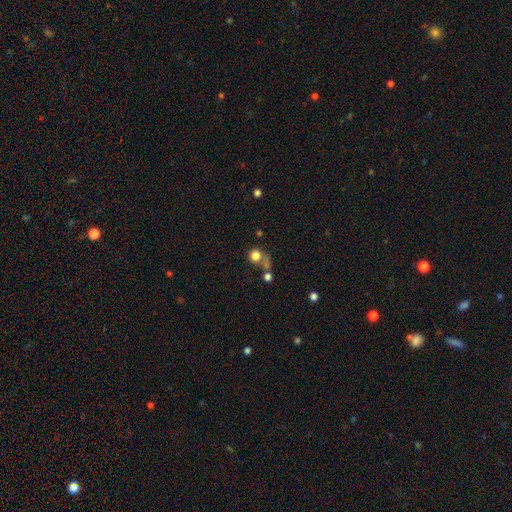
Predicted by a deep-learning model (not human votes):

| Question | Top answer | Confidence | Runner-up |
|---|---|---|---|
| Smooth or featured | smooth | 76% | star or artifact (13%) |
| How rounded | round | 84% | in between (15%) |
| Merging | none | 42% | merger (32%) |